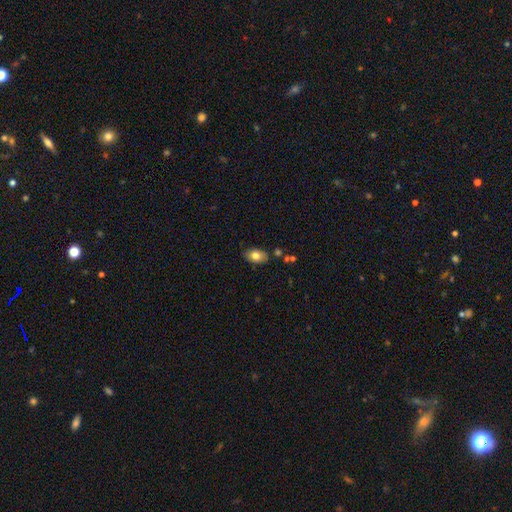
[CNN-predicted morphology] type=smooth (77%); roundness=in between (87%); merging=none (80%).